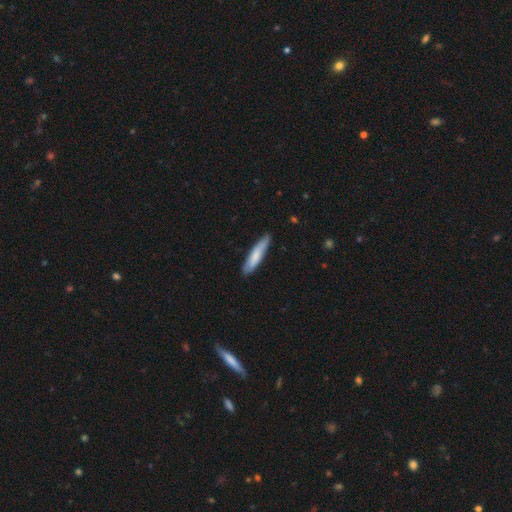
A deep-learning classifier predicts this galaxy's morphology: A smooth galaxy with no disk features (76%) that is cigar-shaped (85%). Merging: none (84%).